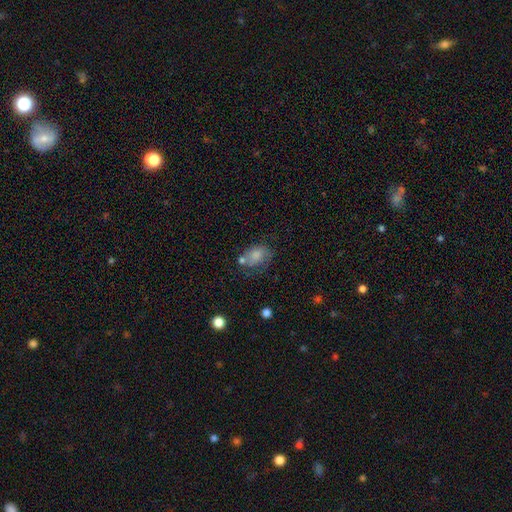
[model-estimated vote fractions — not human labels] The model was most divided on "merging": none: 45%, minor disturbance: 26%, merger: 16%, major disturbance: 14%. More confident: how rounded — in between (71%); smooth or featured — smooth (69%).